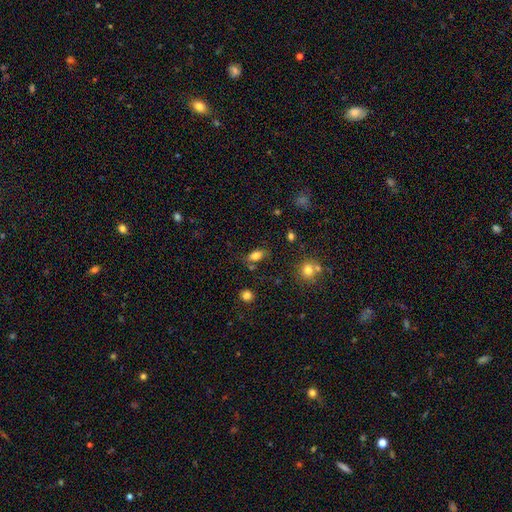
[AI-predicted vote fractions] Smooth or featured?
  - smooth: 79% *
  - featured or disk: 11%
  - star or artifact: 10%
How rounded?
  - in between: 85% *
  - round: 10%
  - cigar-shaped: 5%
Merging?
  - none: 73% *
  - minor disturbance: 15%
  - merger: 7%
  - major disturbance: 4%